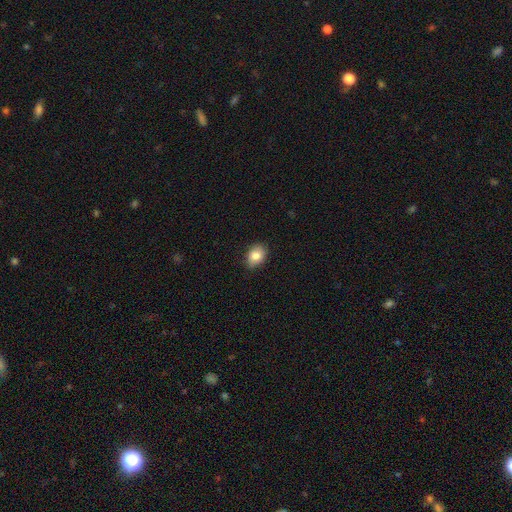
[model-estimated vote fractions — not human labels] A smooth galaxy with no disk features (84%) that is in between round and cigar-shaped (74%).

Vote fractions:
- Smooth or featured? smooth: 84% / featured or disk: 8% / star or artifact: 8%
- How rounded? in between: 74% / round: 25% / cigar-shaped: 1%
- Merging? none: 83% / minor disturbance: 14% / major disturbance: 2% / merger: 1%